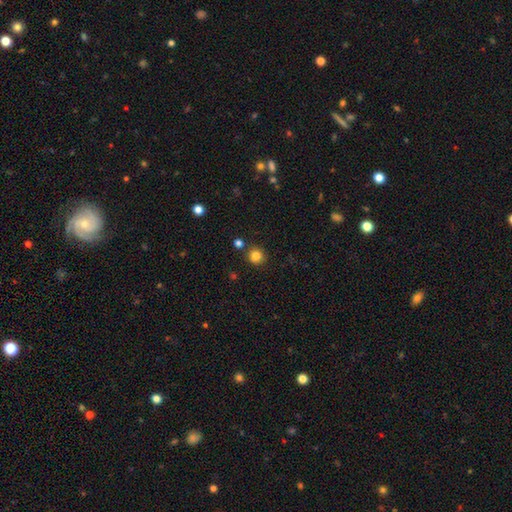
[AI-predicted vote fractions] smooth_or_featured: smooth (p=0.83) [alt: star or artifact p=0.12]
how_rounded: round (p=0.92) [alt: in between p=0.08]
merging: none (p=0.84) [alt: minor disturbance p=0.08]